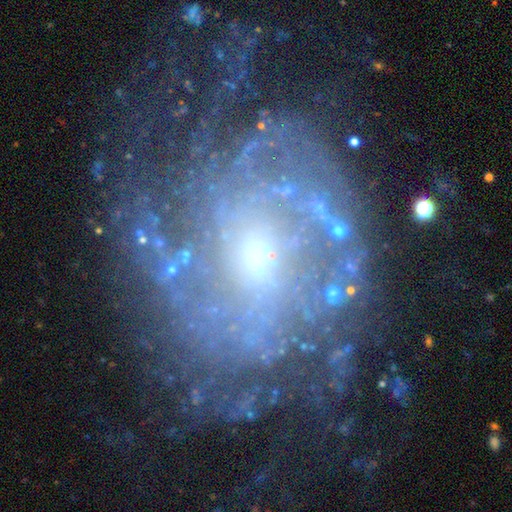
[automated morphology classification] featured or disk 85%, star or artifact 8%, smooth 7%. Down the decision tree: edge-on disk — no (97%); bar — no (52%); spiral arms — yes (91%); spiral arm count — can't tell (38%); spiral winding — tight (51%); bulge size — moderate (45%); merging — none (67%).